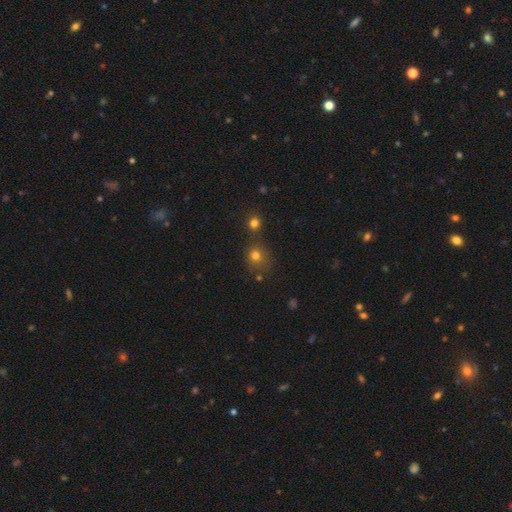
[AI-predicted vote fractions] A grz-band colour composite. It shows a smooth galaxy with no disk features (74%) that is round (81%). Merging: none (62%).